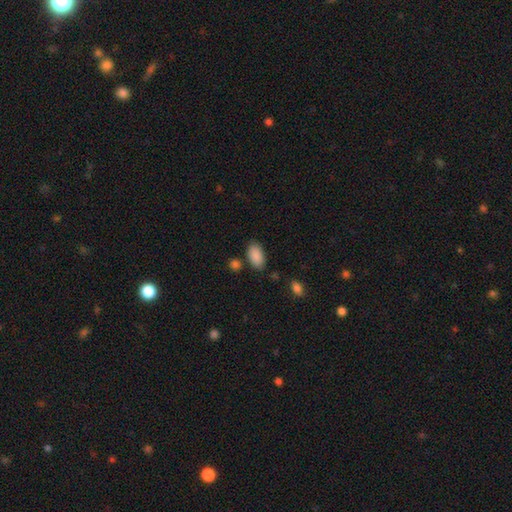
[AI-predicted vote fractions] Morphology: type=smooth (90%); roundness=in between (94%); merging=none (79%).